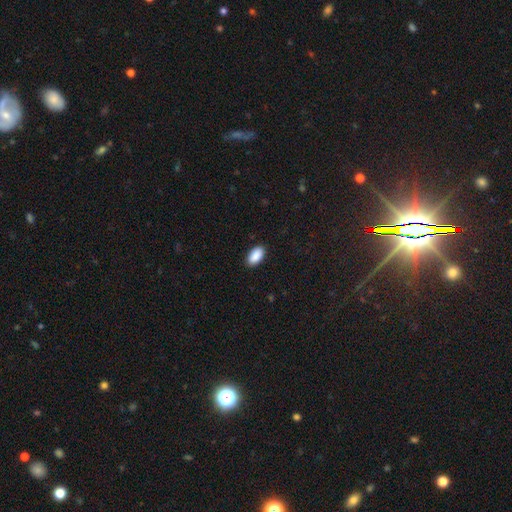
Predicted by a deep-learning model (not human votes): Smooth or featured? Predicted: smooth (p=0.91). How rounded? Predicted: in between (p=0.95). Merging? Predicted: none (p=0.90).